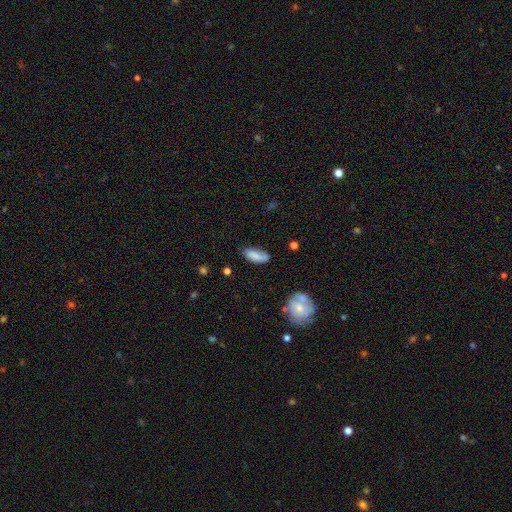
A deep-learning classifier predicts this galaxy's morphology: smooth_or_featured: smooth (p=0.81) [alt: featured or disk p=0.11]
how_rounded: in between (p=0.76) [alt: cigar-shaped p=0.22]
merging: none (p=0.64) [alt: minor disturbance p=0.26]